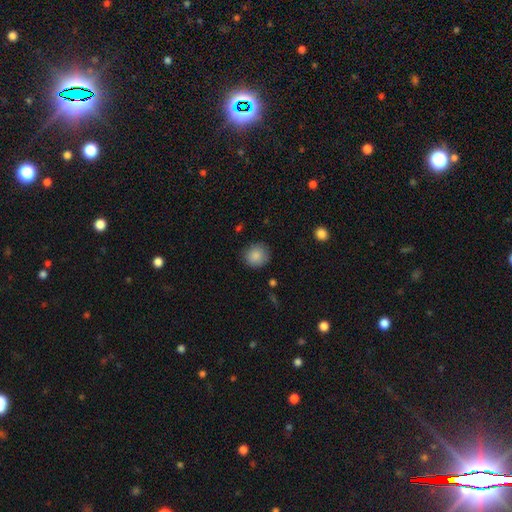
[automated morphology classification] The model was most divided on "merging": none: 85%, minor disturbance: 11%, major disturbance: 3%, merger: 1%. More confident: smooth or featured — smooth (87%); how rounded — round (87%).